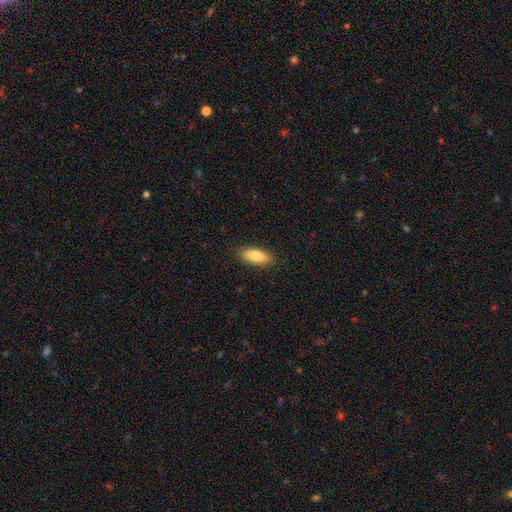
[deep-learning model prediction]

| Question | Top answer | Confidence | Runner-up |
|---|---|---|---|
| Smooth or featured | smooth | 81% | featured or disk (12%) |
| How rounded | in between | 76% | cigar-shaped (22%) |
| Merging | none | 88% | minor disturbance (9%) |